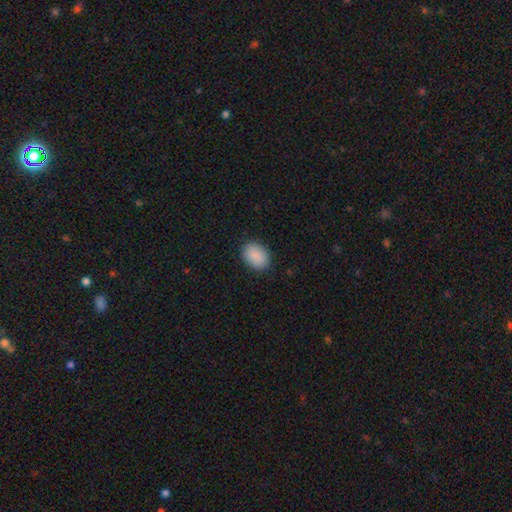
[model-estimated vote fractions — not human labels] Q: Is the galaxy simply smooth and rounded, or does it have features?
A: smooth — 90%.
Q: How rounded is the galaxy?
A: in between — 79%.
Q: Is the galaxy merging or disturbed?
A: none — 86%.